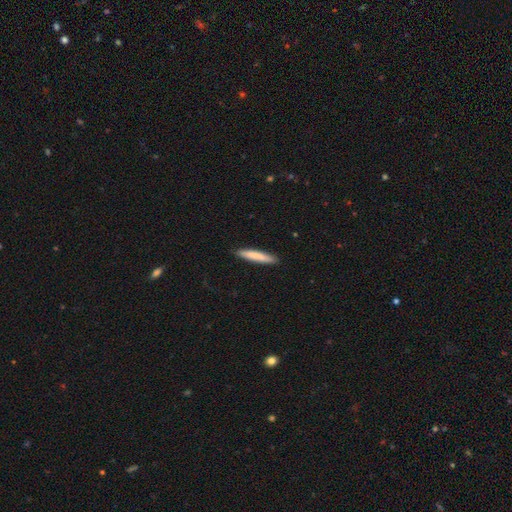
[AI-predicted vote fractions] Smooth or featured? smooth (79%)
How rounded? cigar-shaped (93%)
Merging? none (90%)